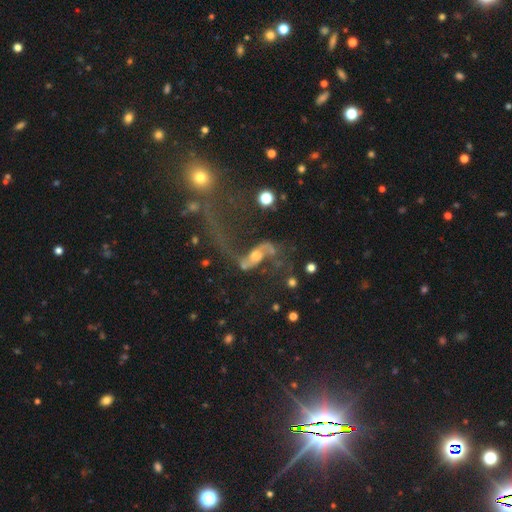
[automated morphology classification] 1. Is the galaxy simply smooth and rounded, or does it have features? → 81% featured or disk, 10% smooth, 9% star or artifact.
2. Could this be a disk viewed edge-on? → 92% no, 8% yes.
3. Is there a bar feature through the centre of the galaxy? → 46% no, 34% weak, 20% strong.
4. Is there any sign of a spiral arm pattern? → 90% yes, 10% no.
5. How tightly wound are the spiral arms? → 88% loose, 9% medium, 3% tight.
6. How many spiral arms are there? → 89% 2, 6% 1, 3% can't tell, 1% 3, 1% 4, 1% more than 4.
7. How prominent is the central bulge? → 50% moderate, 35% small, 8% large, 5% none, 2% dominant.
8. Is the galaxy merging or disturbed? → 37% none, 32% major disturbance, 17% merger, 15% minor disturbance.